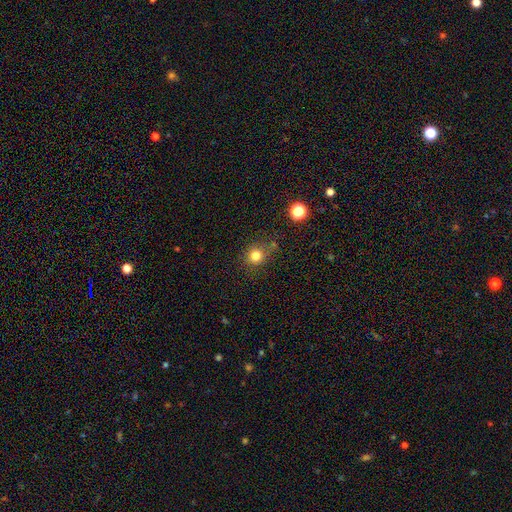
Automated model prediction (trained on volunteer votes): Overall: smooth (81%). How rounded: round (86%). Merging: none (76%).